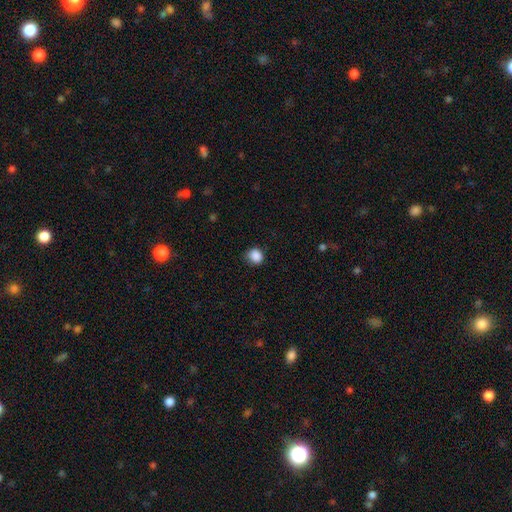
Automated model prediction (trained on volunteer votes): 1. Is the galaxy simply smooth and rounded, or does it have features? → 88% smooth, 9% star or artifact, 3% featured or disk.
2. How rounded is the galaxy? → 74% round, 25% in between, 1% cigar-shaped.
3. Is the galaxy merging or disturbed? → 80% none, 16% minor disturbance, 3% major disturbance, 1% merger.